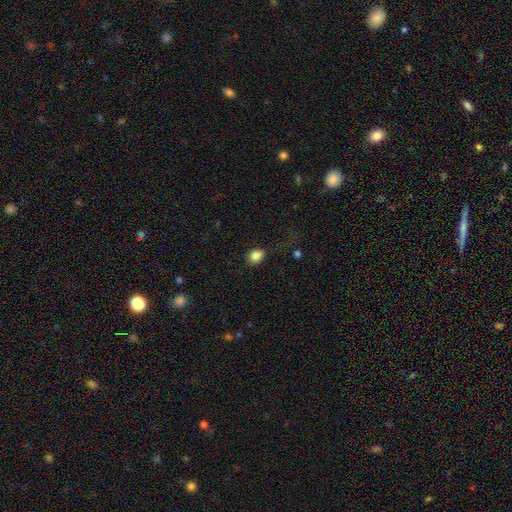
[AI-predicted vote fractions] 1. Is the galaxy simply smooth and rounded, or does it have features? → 86% smooth, 10% star or artifact, 5% featured or disk.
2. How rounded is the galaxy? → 62% in between, 37% round, 1% cigar-shaped.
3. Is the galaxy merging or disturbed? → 72% none, 17% minor disturbance, 9% major disturbance, 2% merger.